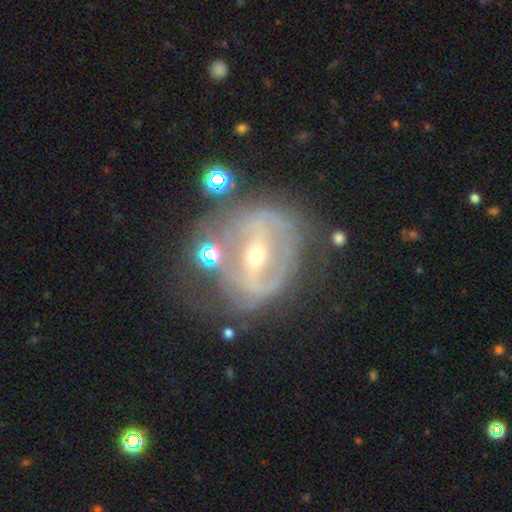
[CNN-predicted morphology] This appears to be a featured or disk galaxy (82%) with a strong bar (62%), 2 (58%) tight (41%) spiral arms (67%) and a small central bulge (61%). Merging: none (57%).